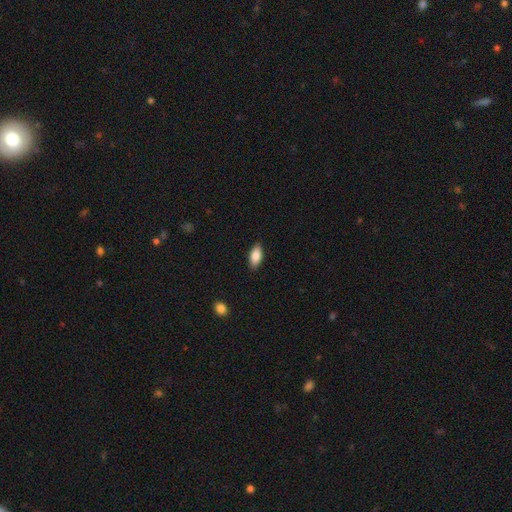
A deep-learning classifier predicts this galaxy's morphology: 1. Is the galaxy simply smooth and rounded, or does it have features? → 85% smooth, 9% featured or disk, 7% star or artifact.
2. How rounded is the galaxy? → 88% in between, 10% cigar-shaped, 2% round.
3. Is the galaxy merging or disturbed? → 87% none, 10% minor disturbance, 2% major disturbance, 1% merger.